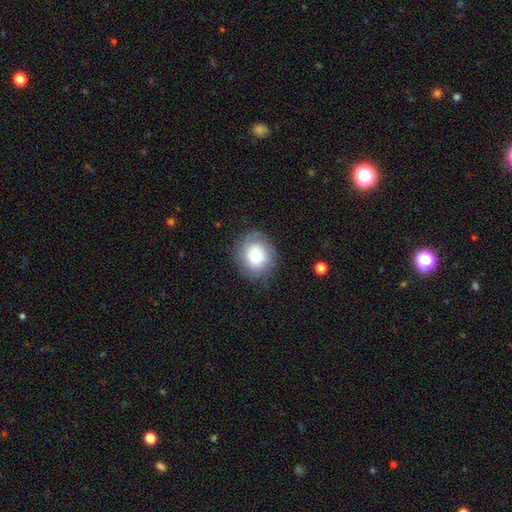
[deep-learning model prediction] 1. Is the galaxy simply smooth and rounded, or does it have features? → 73% smooth, 19% featured or disk, 8% star or artifact.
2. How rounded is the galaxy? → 68% round, 31% in between, 1% cigar-shaped.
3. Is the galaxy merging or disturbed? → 73% none, 18% minor disturbance, 7% major disturbance, 2% merger.